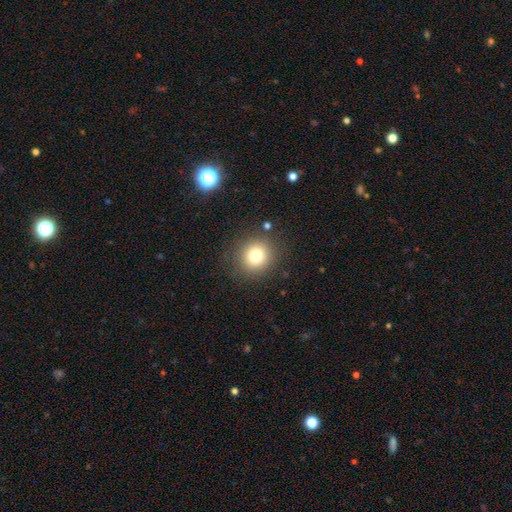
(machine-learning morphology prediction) smooth_or_featured: smooth (p=0.77) [alt: star or artifact p=0.13]
how_rounded: round (p=0.89) [alt: in between p=0.10]
merging: none (p=0.86) [alt: minor disturbance p=0.08]